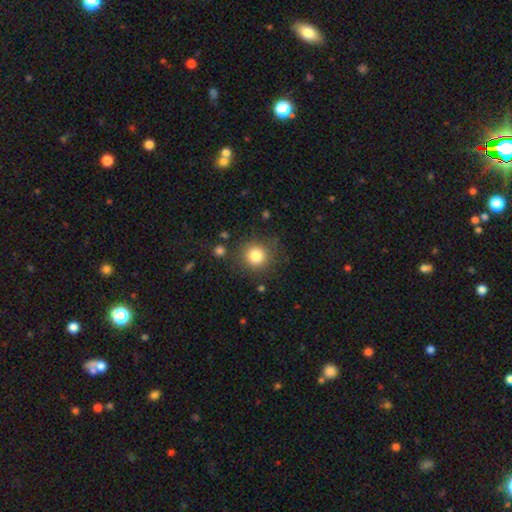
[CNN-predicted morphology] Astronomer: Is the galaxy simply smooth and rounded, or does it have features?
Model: smooth — 82%.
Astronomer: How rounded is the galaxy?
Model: round — 93%.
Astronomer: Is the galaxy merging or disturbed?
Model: none — 82%.